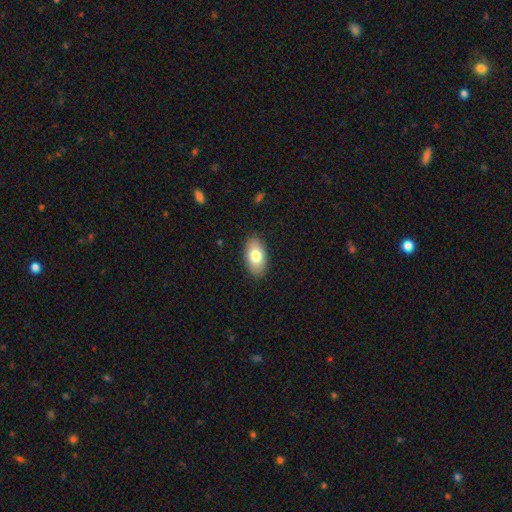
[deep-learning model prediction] This appears to be a smooth galaxy with no disk features (77%) that is in between round and cigar-shaped (93%). Merging: none (88%).